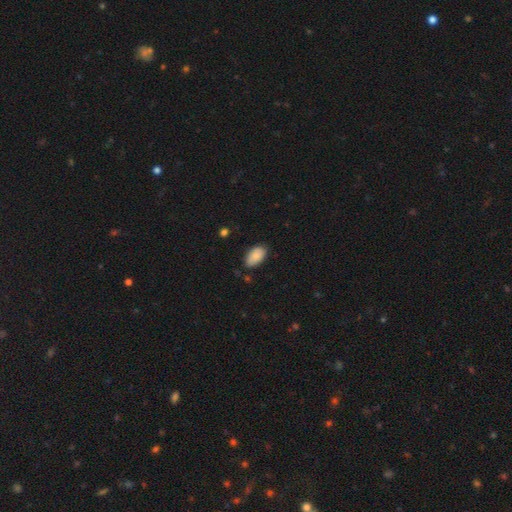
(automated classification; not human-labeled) Morphology: type=smooth (87%); roundness=in between (94%); merging=none (75%).